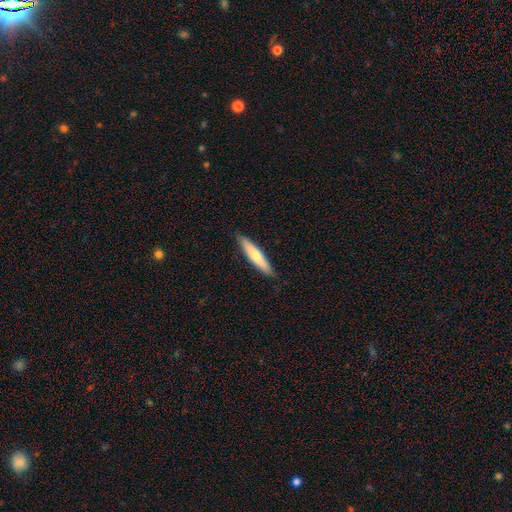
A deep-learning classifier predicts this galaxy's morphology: Smooth or featured? smooth (65%)
How rounded? cigar-shaped (87%)
Merging? none (88%)